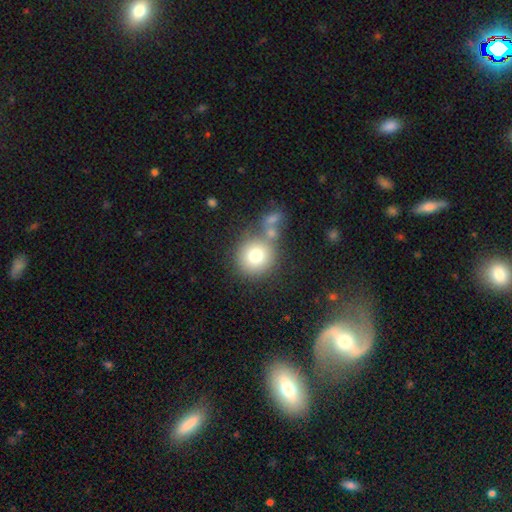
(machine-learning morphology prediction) Smooth or featured? smooth (76%)
How rounded? round (91%)
Merging? none (63%)